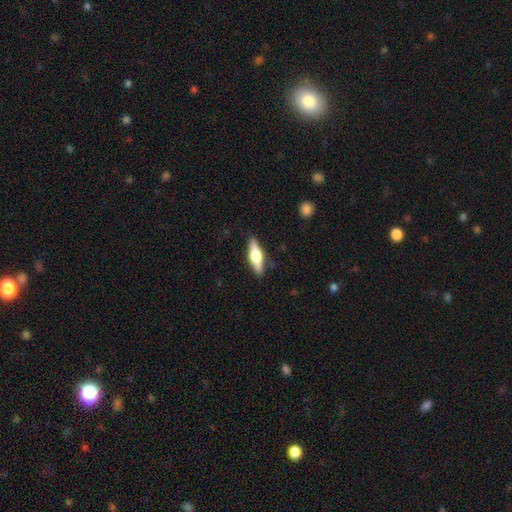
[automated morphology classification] featured or disk 57%, smooth 37%, star or artifact 6%. Down the decision tree: edge-on disk — yes (95%); edge-on bulge — rounded (93%); merging — none (88%).